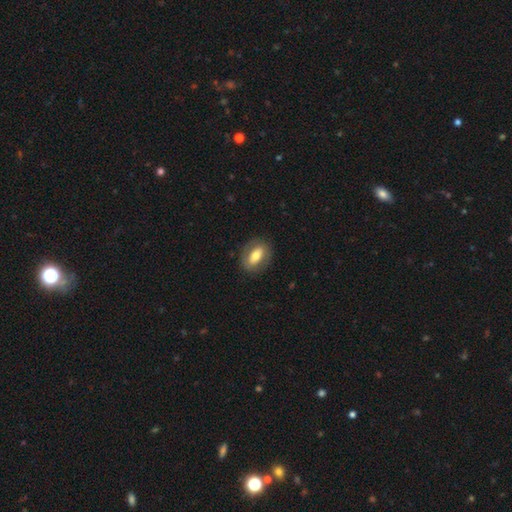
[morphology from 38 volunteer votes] smooth-or-featured: smooth: 68% | featured or disk: 21% | star or artifact: 11%
  how-rounded: in between: 81% | round: 19% | cigar-shaped: 0%
  merging: none: 85% | minor disturbance: 12% | major disturbance: 3% | merger: 0%